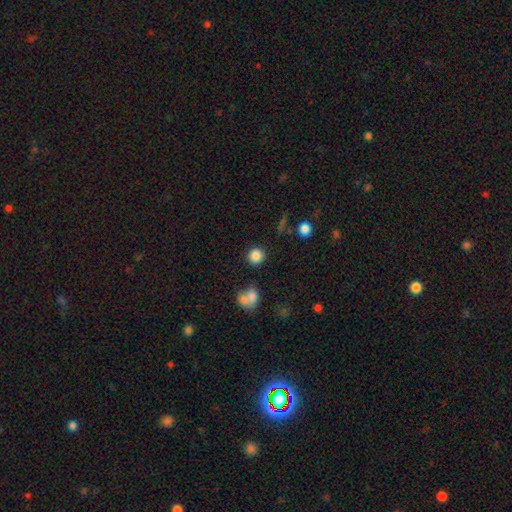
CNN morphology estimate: Smooth or featured?
  - smooth: 85% *
  - star or artifact: 10%
  - featured or disk: 5%
How rounded?
  - round: 92% *
  - in between: 7%
  - cigar-shaped: 1%
Merging?
  - none: 85% *
  - minor disturbance: 7%
  - merger: 5%
  - major disturbance: 3%